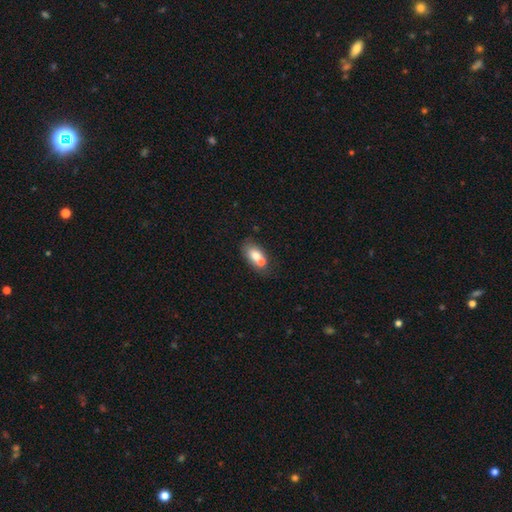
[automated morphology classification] A smooth galaxy with no disk features (71%) that is in between round and cigar-shaped (84%).

Vote fractions:
- Smooth or featured? smooth: 71% / featured or disk: 21% / star or artifact: 8%
- How rounded? in between: 84% / round: 11% / cigar-shaped: 6%
- Merging? merger: 44% / none: 37% / minor disturbance: 13% / major disturbance: 5%